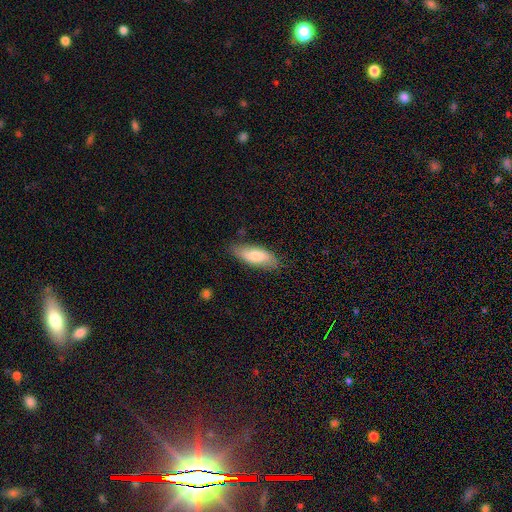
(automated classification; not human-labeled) A smooth galaxy with no disk features (77%) that is in between round and cigar-shaped (70%). Merging: none (76%).